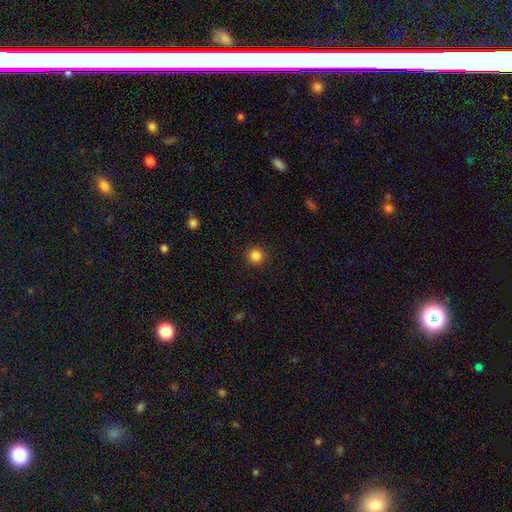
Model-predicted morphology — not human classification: A smooth galaxy with no disk features (85%) that is round (94%). Merging: none (92%).